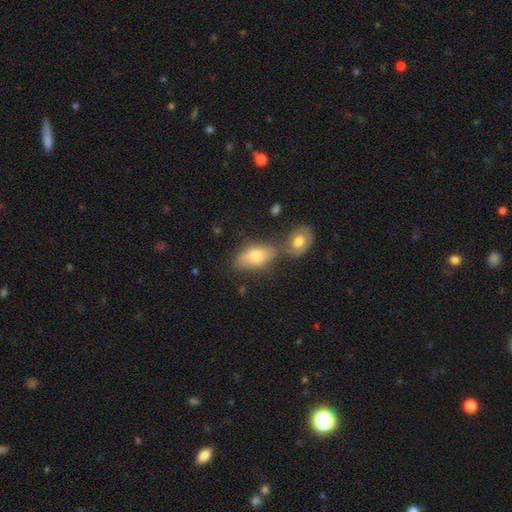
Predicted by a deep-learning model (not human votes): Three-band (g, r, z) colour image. It shows a smooth galaxy with no disk features (70%) that is in between round and cigar-shaped (88%). Merging: none (50%).